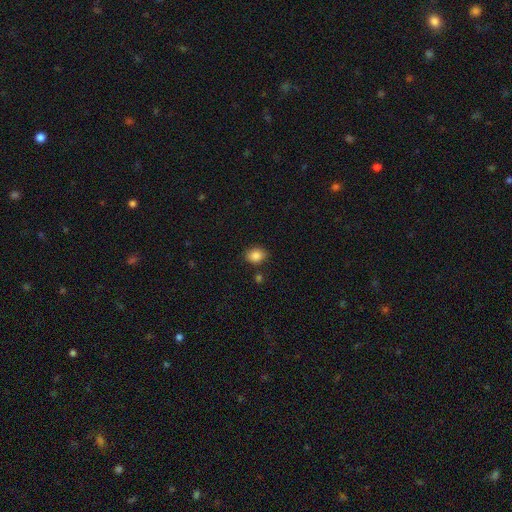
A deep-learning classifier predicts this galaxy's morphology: Smooth or featured? smooth (86%)
How rounded? in between (52%)
Merging? none (82%)